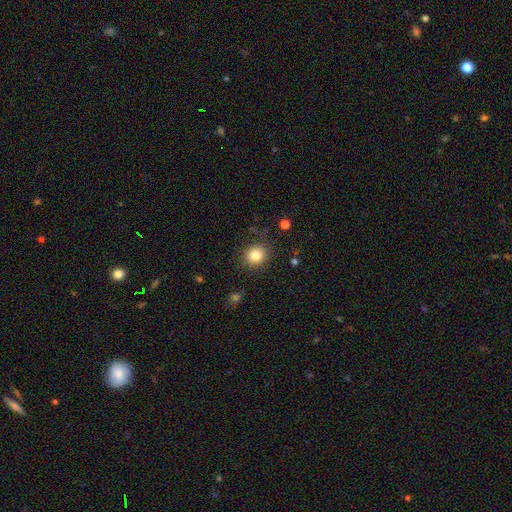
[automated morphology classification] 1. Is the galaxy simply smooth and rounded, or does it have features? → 83% smooth, 11% star or artifact, 6% featured or disk.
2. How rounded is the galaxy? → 75% round, 24% in between, 1% cigar-shaped.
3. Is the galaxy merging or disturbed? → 85% none, 10% minor disturbance, 3% major disturbance, 2% merger.